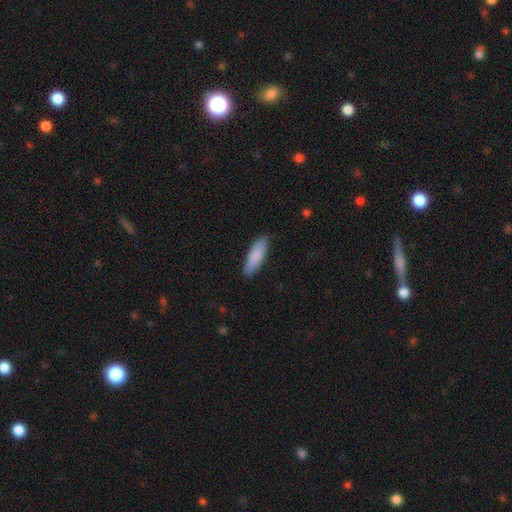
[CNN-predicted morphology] This appears to be a smooth galaxy with no disk features (87%) that is cigar-shaped (54%). Merging: none (87%).